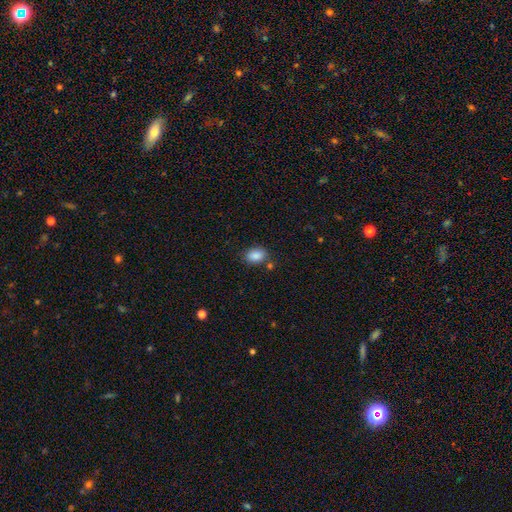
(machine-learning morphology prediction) smooth-or-featured: smooth: 87% | star or artifact: 8% | featured or disk: 5%
  how-rounded: in between: 81% | round: 18% | cigar-shaped: 1%
  merging: none: 76% | minor disturbance: 13% | merger: 7% | major disturbance: 3%